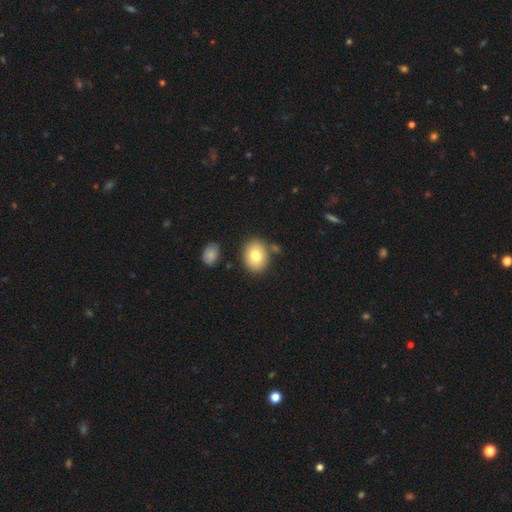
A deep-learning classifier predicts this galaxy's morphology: A smooth galaxy with no disk features (78%) that is round (51%). Merging: none (77%).